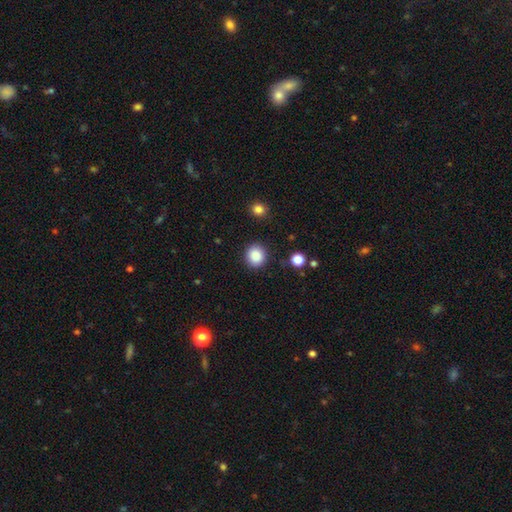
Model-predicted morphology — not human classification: A smooth galaxy with no disk features (87%) that is round (84%).

Vote fractions:
- Smooth or featured? smooth: 87% / star or artifact: 9% / featured or disk: 3%
- How rounded? round: 84% / in between: 15% / cigar-shaped: 1%
- Merging? none: 88% / minor disturbance: 7% / major disturbance: 3% / merger: 2%